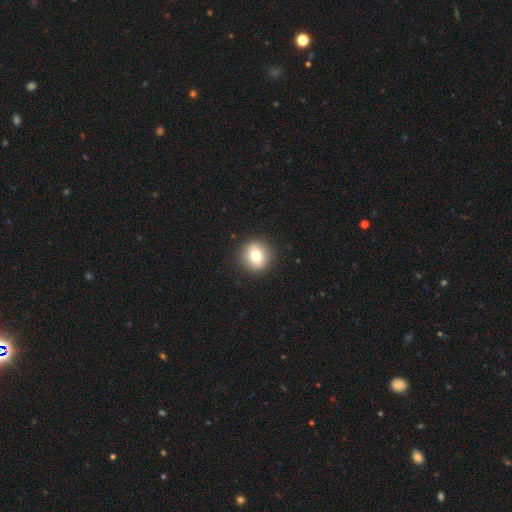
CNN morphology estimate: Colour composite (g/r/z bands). It shows a smooth galaxy with no disk features (78%) that is round (88%). Merging: none (91%).